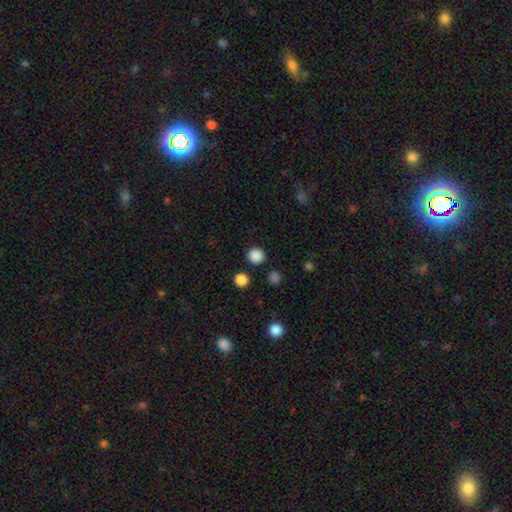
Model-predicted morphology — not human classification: This is clearly a smooth galaxy (86%). How rounded: clearly round (93%). Merging: clearly none (89%).